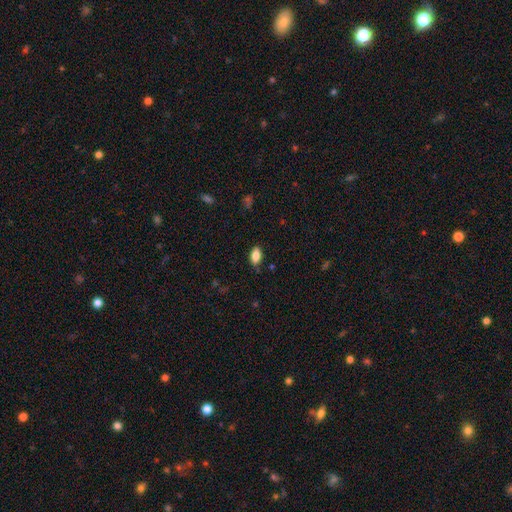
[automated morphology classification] Smooth or featured? Predicted: smooth (p=0.84). How rounded? Predicted: in between (p=0.91). Merging? Predicted: none (p=0.84).